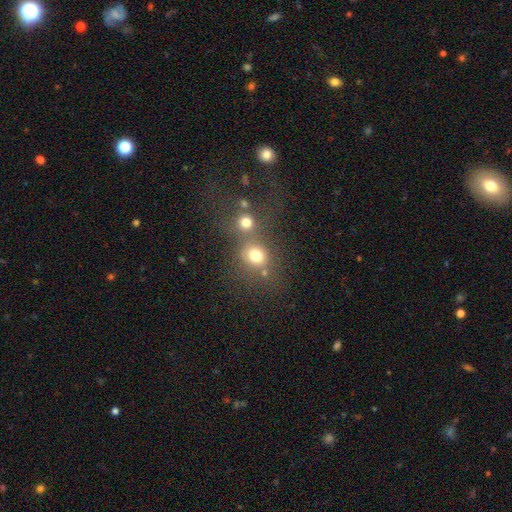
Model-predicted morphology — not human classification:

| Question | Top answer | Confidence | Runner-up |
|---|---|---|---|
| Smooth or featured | smooth | 73% | star or artifact (17%) |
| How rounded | round | 78% | in between (21%) |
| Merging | none | 47% | merger (38%) |